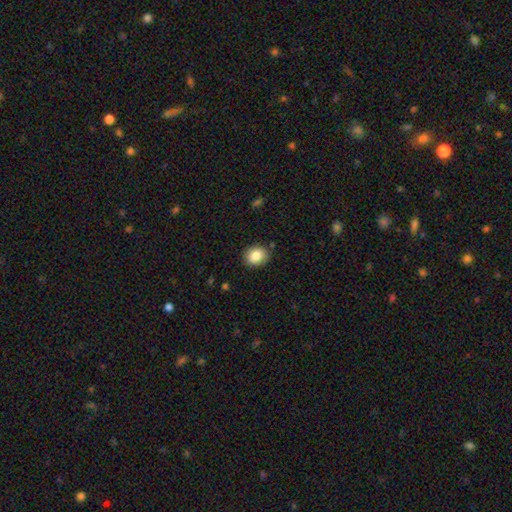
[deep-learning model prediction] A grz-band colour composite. It shows a smooth galaxy with no disk features (85%) that is round (57%). Merging: none (87%).